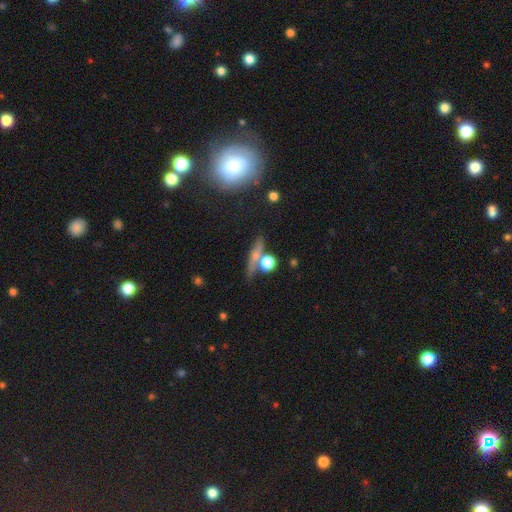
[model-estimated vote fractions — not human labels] Smooth or featured? Predicted: smooth (p=0.45). Merging? Predicted: none (p=0.65).